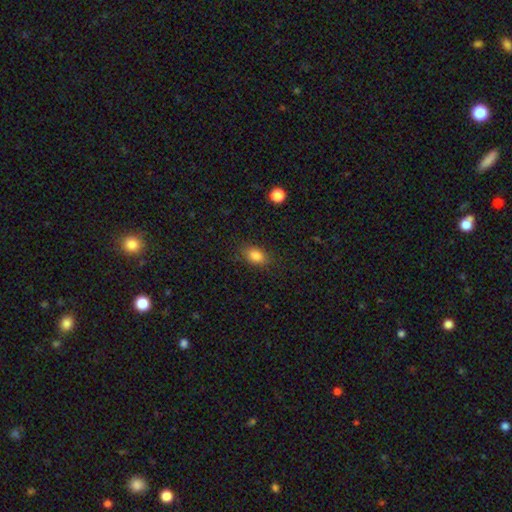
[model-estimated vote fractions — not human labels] smooth_or_featured: smooth (p=0.85) [alt: star or artifact p=0.10]
how_rounded: in between (p=0.82) [alt: round p=0.15]
merging: none (p=0.84) [alt: minor disturbance p=0.12]